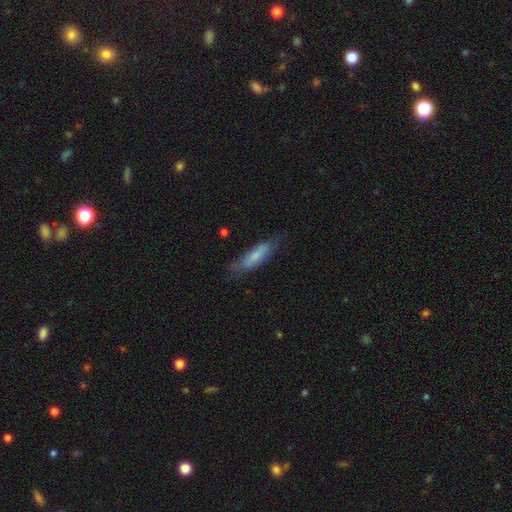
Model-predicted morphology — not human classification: Q: Smooth or featured?
A: smooth (68%); runner-up: featured or disk (25%)
Q: How rounded?
A: cigar-shaped (65%); runner-up: in between (34%)
Q: Merging?
A: none (71%); runner-up: minor disturbance (21%)